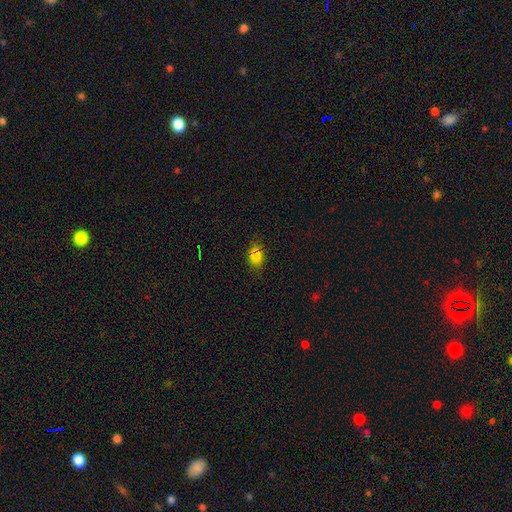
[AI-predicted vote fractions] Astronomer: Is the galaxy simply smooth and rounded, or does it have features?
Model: smooth — 77%.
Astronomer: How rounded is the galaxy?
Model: in between — 68%.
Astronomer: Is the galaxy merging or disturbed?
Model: none — 78%.